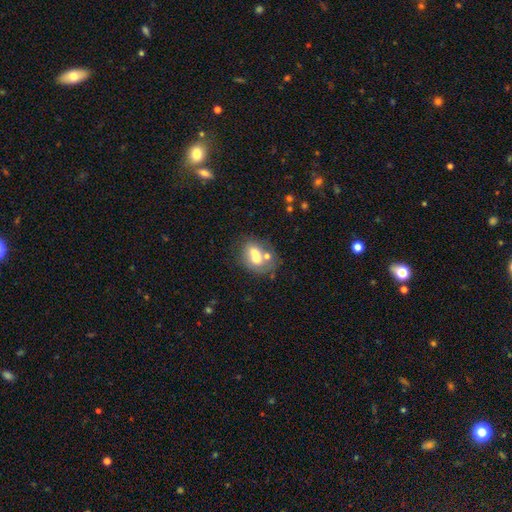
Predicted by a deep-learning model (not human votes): smooth 57%, featured or disk 33%, star or artifact 10%. Down the decision tree: how rounded — in between (67%); merging — merger (45%).